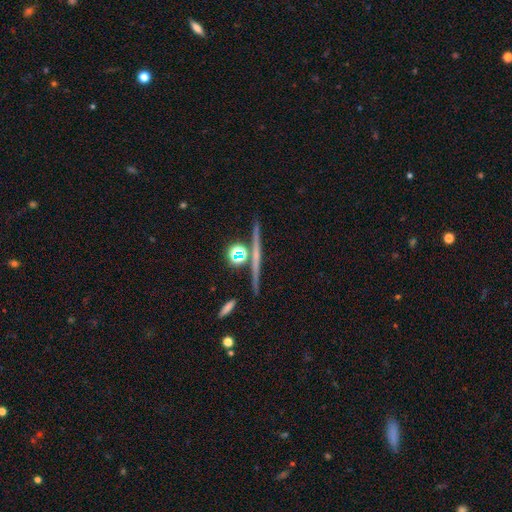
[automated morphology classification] Smooth or featured: featured or disk — 56% (smooth — 25%)
Edge-on disk: yes — 94% (no — 6%)
Edge-on bulge: none — 71% (rounded — 22%)
Merging: none — 82% (merger — 9%)